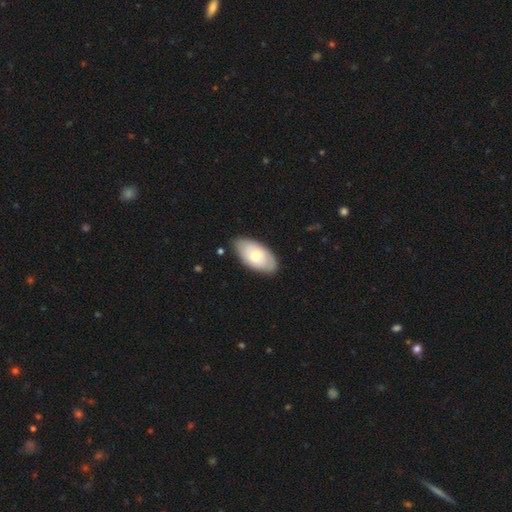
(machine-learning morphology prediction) Smooth or featured? Predicted: smooth (p=0.61). How rounded? Predicted: in between (p=0.94). Merging? Predicted: none (p=0.80).